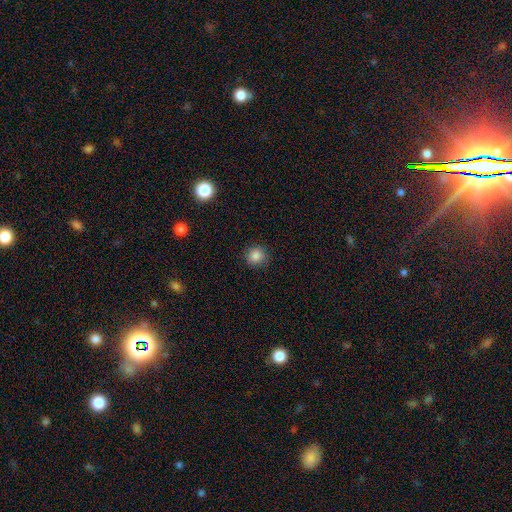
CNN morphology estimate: smooth_or_featured: smooth (p=0.85) [alt: star or artifact p=0.11]
how_rounded: round (p=0.92) [alt: in between p=0.07]
merging: none (p=0.89) [alt: minor disturbance p=0.08]